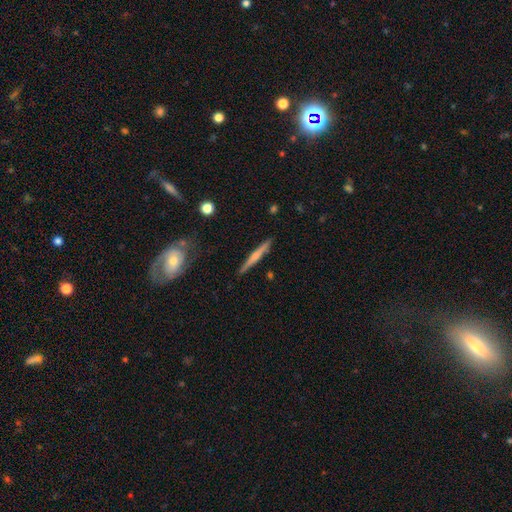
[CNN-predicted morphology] Smooth or featured? Predicted: featured or disk (p=0.55). Edge-on disk? Predicted: yes (p=0.97). Edge-on bulge? Predicted: rounded (p=0.59). Merging? Predicted: none (p=0.88).